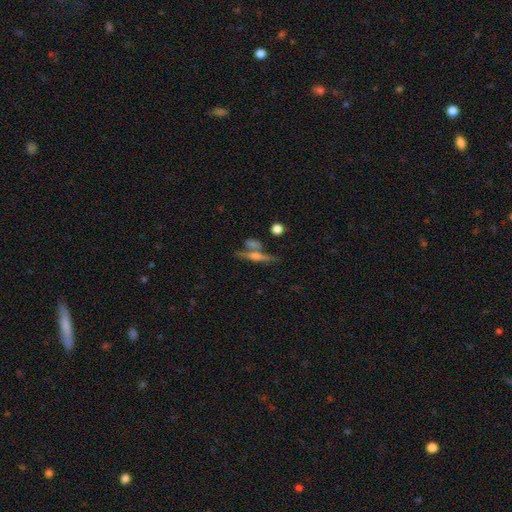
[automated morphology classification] Smooth or featured: featured or disk — 57% (smooth — 33%)
Edge-on disk: yes — 93% (no — 7%)
Edge-on bulge: rounded — 73% (none — 15%)
Merging: none — 62% (merger — 22%)